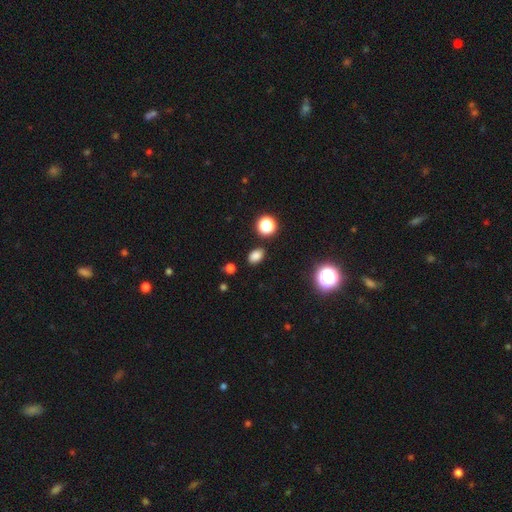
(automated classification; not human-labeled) Overall: smooth (80%). How rounded: in between (78%). Merging: none (86%).